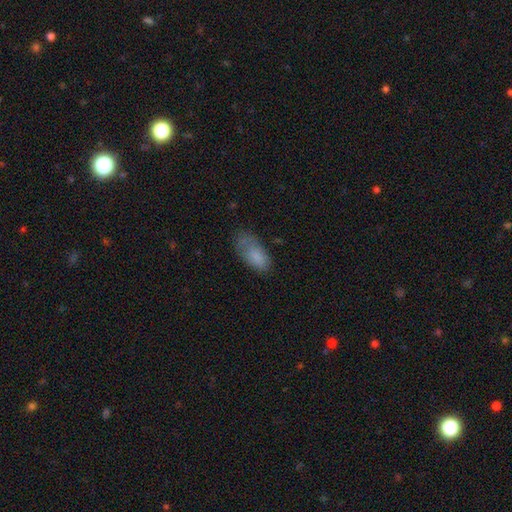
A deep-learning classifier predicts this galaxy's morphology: Overall: smooth (80%). How rounded: in between (90%). Merging: none (51%; minor disturbance 31%).